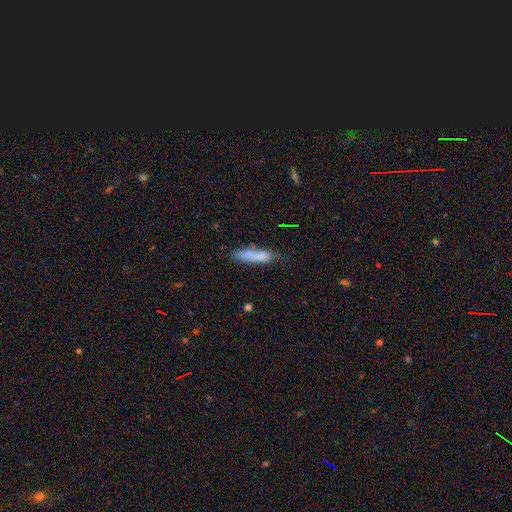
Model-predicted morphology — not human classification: Overall: smooth (76%). How rounded: cigar-shaped (75%). Merging: none (57%; minor disturbance 25%).